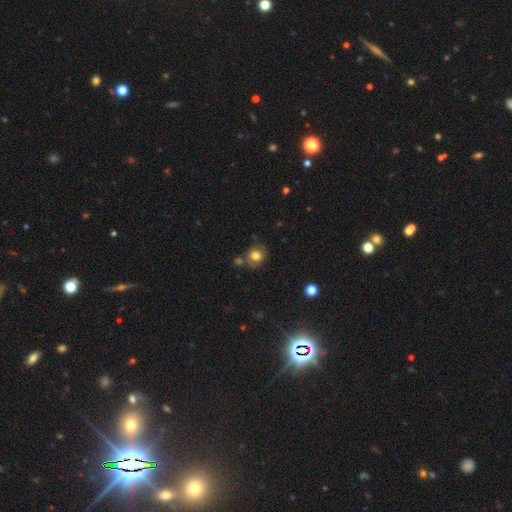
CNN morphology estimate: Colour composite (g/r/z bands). It shows a smooth galaxy with no disk features (78%) that is round (75%). Merging: none (70%).